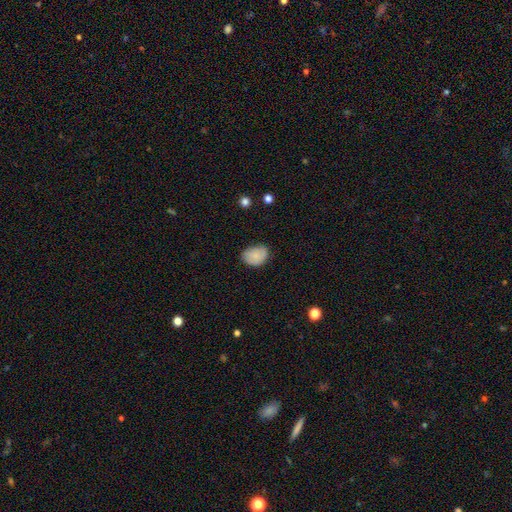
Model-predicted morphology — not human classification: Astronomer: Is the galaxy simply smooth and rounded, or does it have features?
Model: smooth — 81%.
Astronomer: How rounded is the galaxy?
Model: in between — 72%.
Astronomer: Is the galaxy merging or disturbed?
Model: none — 64%.